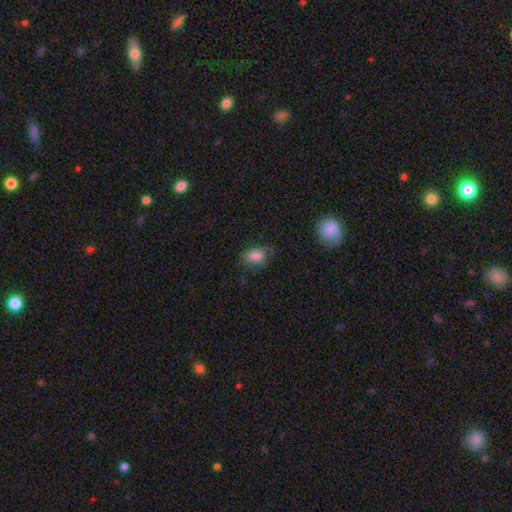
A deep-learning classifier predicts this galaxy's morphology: This is likely a smooth galaxy (80%). How rounded: likely in between (74%). Merging: likely none (61%).